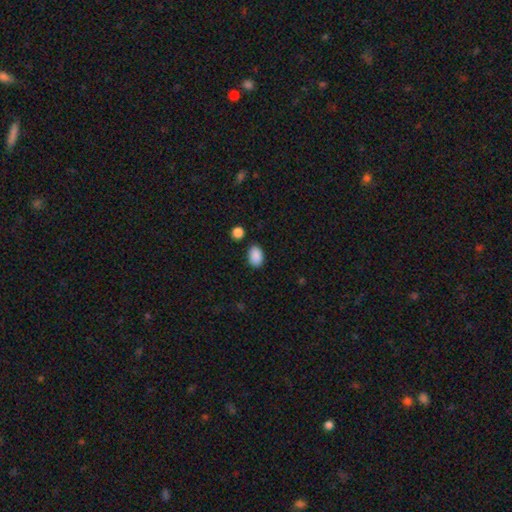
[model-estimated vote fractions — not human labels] Overall: smooth (90%). How rounded: in between (89%). Merging: none (84%).